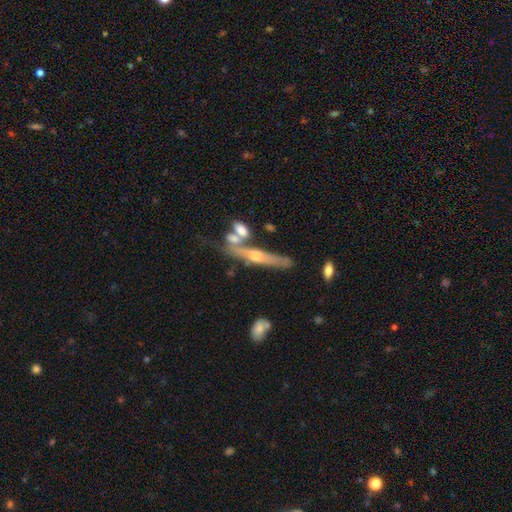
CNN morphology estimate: smooth-or-featured: featured or disk: 69% | smooth: 21% | star or artifact: 10%
  disk-edge-on: yes: 87% | no: 13%
    edge-on-bulge: rounded: 79% | none: 13% | boxy: 8%
  merging: none: 52% | merger: 24% | minor disturbance: 16% | major disturbance: 8%